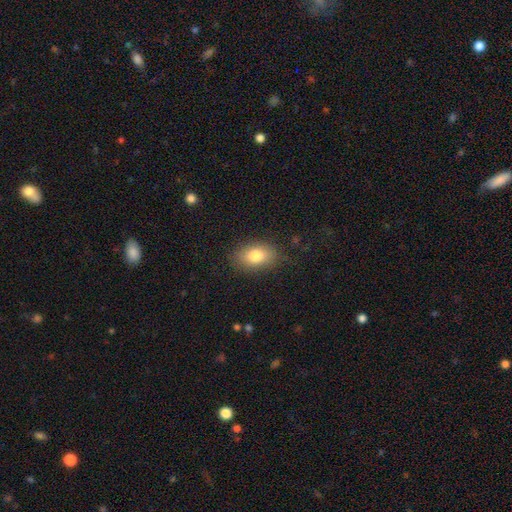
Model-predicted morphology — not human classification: type=smooth (80%); roundness=in between (86%); merging=none (82%).